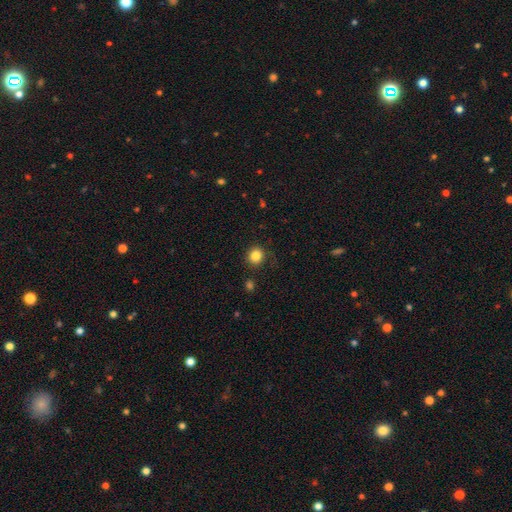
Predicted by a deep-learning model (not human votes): This is clearly a smooth galaxy (84%). How rounded: clearly round (85%). Merging: clearly none (85%).